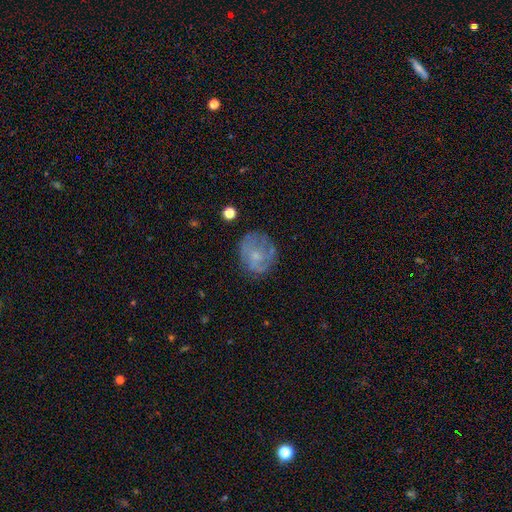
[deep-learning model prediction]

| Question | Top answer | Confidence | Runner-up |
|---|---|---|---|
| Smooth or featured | featured or disk | 46% | smooth (44%) |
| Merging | none | 64% | minor disturbance (22%) |